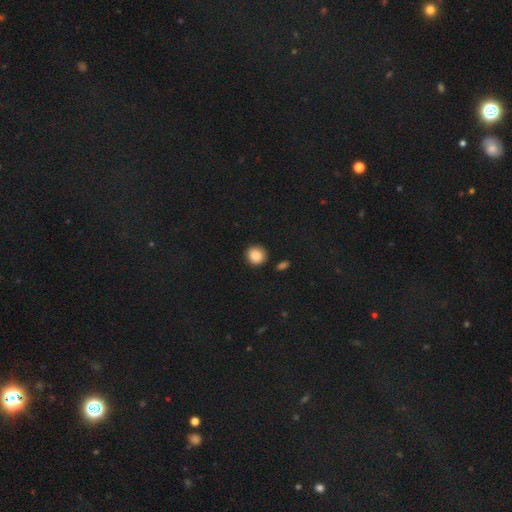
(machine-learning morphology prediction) Smooth or featured?
  - smooth: 87% *
  - star or artifact: 9%
  - featured or disk: 4%
How rounded?
  - round: 85% *
  - in between: 14%
  - cigar-shaped: 1%
Merging?
  - none: 84% *
  - minor disturbance: 11%
  - merger: 3%
  - major disturbance: 3%